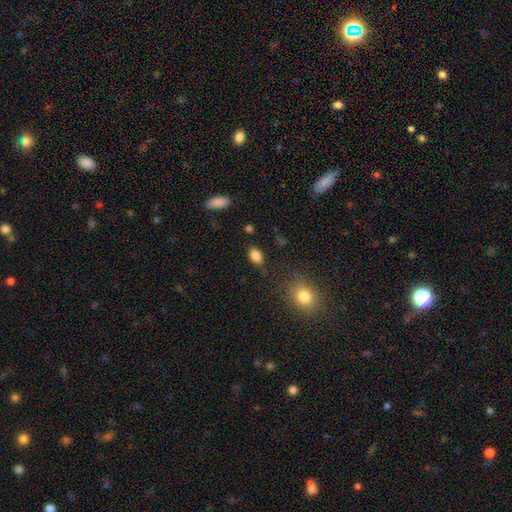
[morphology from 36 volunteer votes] Smooth or featured? 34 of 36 (94%) said smooth. How rounded? 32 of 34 (94%) said in between. Merging? 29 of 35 (83%) said none.